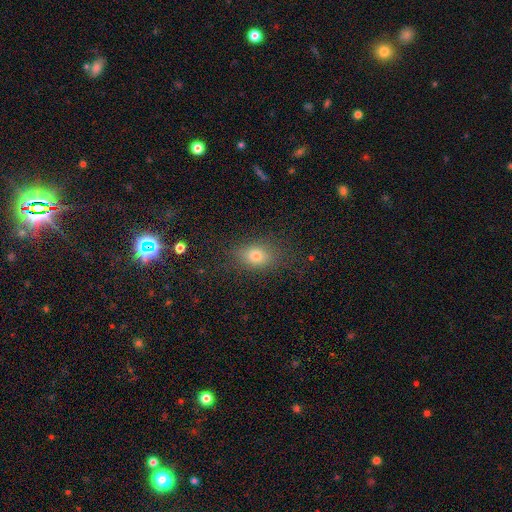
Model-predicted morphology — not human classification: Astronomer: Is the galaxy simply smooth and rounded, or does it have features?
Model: smooth — 75%.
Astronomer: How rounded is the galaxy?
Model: in between — 69%.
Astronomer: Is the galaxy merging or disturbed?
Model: none — 78%.